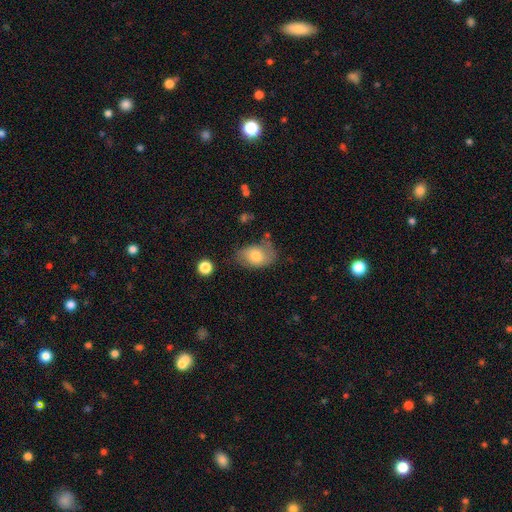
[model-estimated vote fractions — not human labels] Smooth or featured: smooth — 69% (featured or disk — 24%)
How rounded: in between — 82% (round — 17%)
Merging: none — 55% (minor disturbance — 30%)